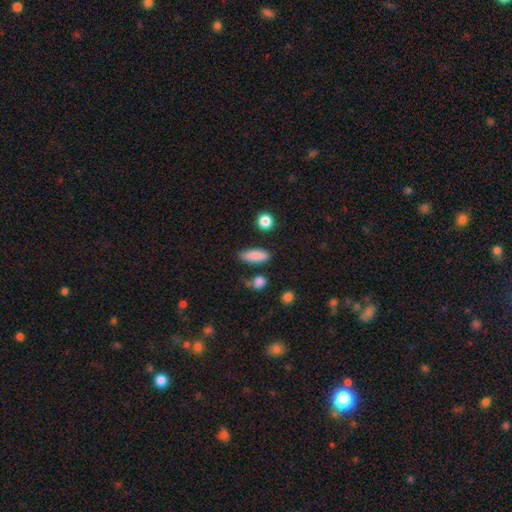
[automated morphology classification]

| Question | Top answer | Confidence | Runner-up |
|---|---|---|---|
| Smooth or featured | smooth | 86% | star or artifact (8%) |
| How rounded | in between | 68% | cigar-shaped (28%) |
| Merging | none | 78% | minor disturbance (14%) |